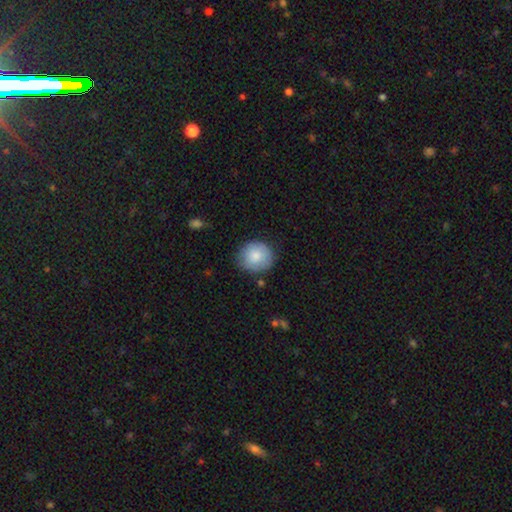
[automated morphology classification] smooth 82%, featured or disk 12%, star or artifact 6%. Down the decision tree: how rounded — round (84%); merging — none (78%).